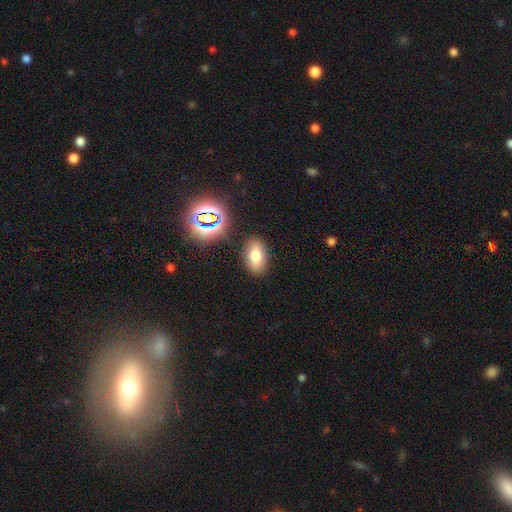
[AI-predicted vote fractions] smooth_or_featured: smooth (p=0.69) [alt: star or artifact p=0.16]
how_rounded: in between (p=0.88) [alt: round p=0.10]
merging: none (p=0.85) [alt: minor disturbance p=0.10]